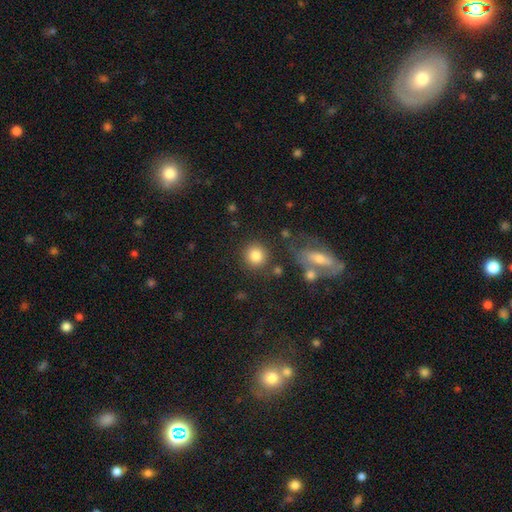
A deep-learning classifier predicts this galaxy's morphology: Smooth or featured? Predicted: smooth (p=0.84). How rounded? Predicted: round (p=0.91). Merging? Predicted: none (p=0.82).